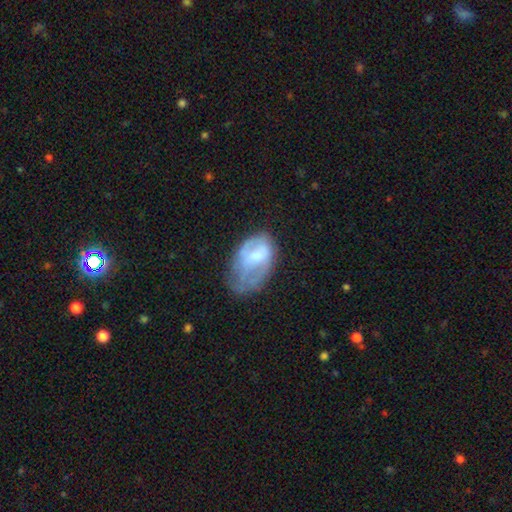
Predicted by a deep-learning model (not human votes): A smooth galaxy with no disk features (48%).

Vote fractions:
- Smooth or featured? smooth: 48% / featured or disk: 44% / star or artifact: 7%
- Merging? minor disturbance: 36% / major disturbance: 32% / none: 30% / merger: 3%